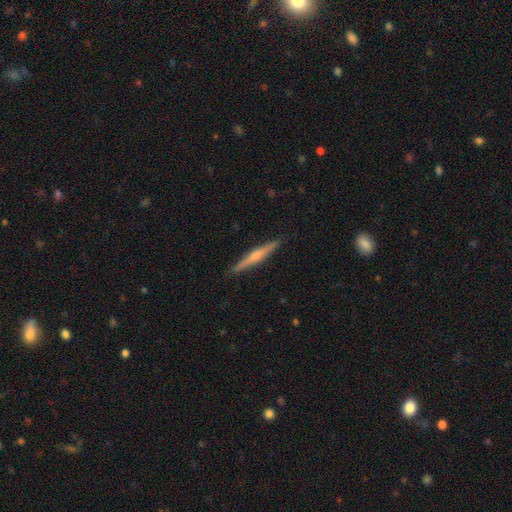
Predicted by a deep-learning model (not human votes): Q: Smooth or featured?
A: featured or disk (62%); runner-up: smooth (33%)
Q: Edge-on disk?
A: yes (98%); runner-up: no (2%)
Q: Edge-on bulge?
A: rounded (72%); runner-up: none (18%)
Q: Merging?
A: none (91%); runner-up: minor disturbance (6%)